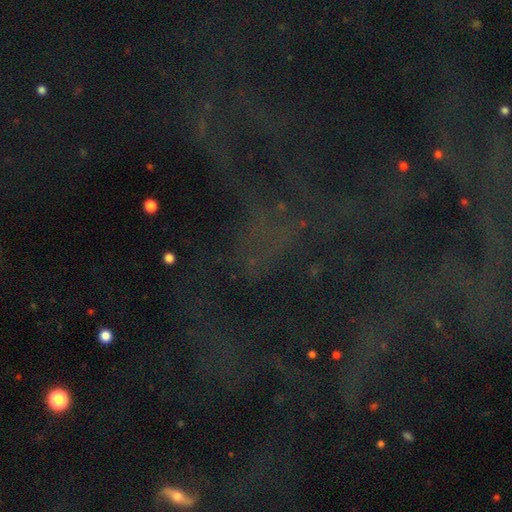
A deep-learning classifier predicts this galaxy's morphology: Q: Smooth or featured?
A: star or artifact (74%); runner-up: smooth (13%)